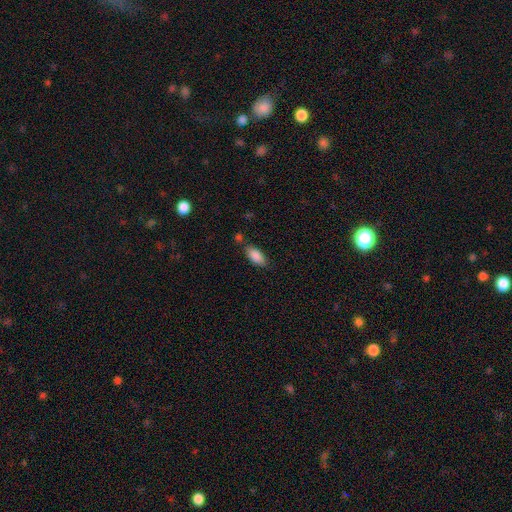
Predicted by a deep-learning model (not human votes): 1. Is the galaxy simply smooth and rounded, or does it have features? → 87% smooth, 7% star or artifact, 6% featured or disk.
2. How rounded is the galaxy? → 88% in between, 10% cigar-shaped, 2% round.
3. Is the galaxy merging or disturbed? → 73% none, 15% minor disturbance, 8% merger, 4% major disturbance.